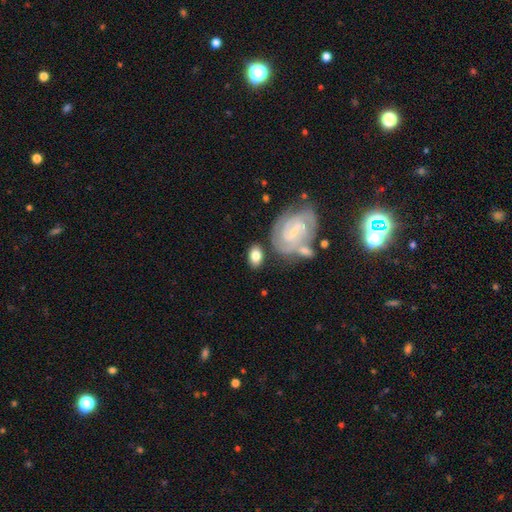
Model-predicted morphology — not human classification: Smooth or featured? Predicted: smooth (p=0.61). How rounded? Predicted: in between (p=0.84). Merging? Predicted: none (p=0.70).